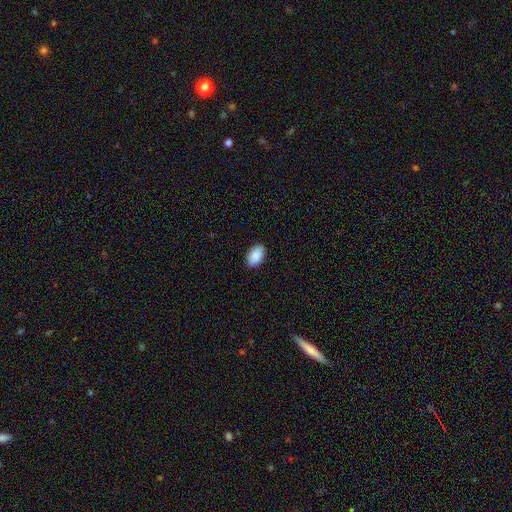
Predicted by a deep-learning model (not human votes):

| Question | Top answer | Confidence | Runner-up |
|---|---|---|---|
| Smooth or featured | smooth | 90% | star or artifact (6%) |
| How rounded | in between | 93% | round (6%) |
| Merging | none | 89% | minor disturbance (8%) |